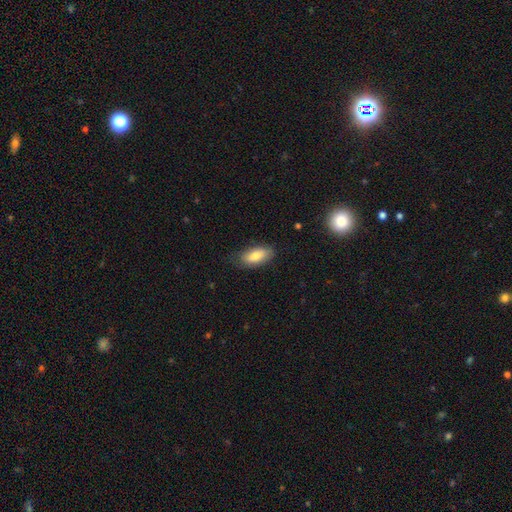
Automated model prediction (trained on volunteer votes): Smooth or featured? smooth (80%)
How rounded? in between (88%)
Merging? none (76%)